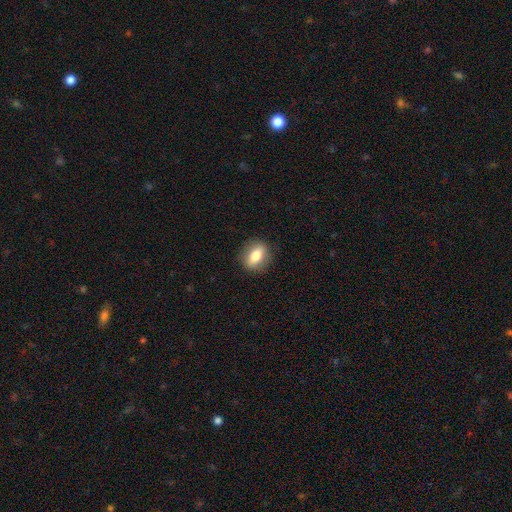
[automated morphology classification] Smooth or featured? smooth (75%)
How rounded? in between (66%)
Merging? none (87%)